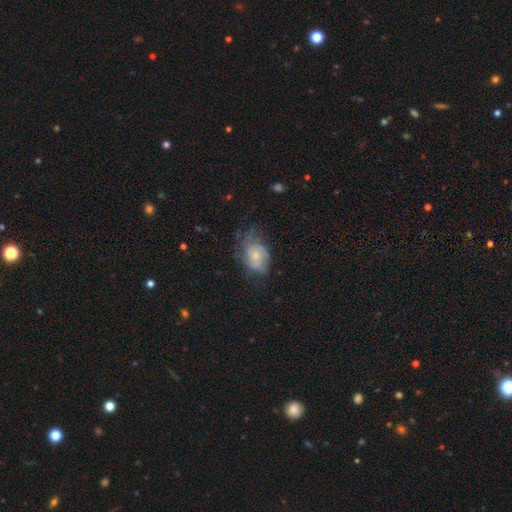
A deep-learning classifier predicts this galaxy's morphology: Smooth or featured? Predicted: featured or disk (p=0.53). Edge-on disk? Predicted: no (p=0.97). Bar? Predicted: no (p=0.79). Spiral arms? Predicted: yes (p=0.67). Bulge size? Predicted: small (p=0.50). Merging? Predicted: none (p=0.44).